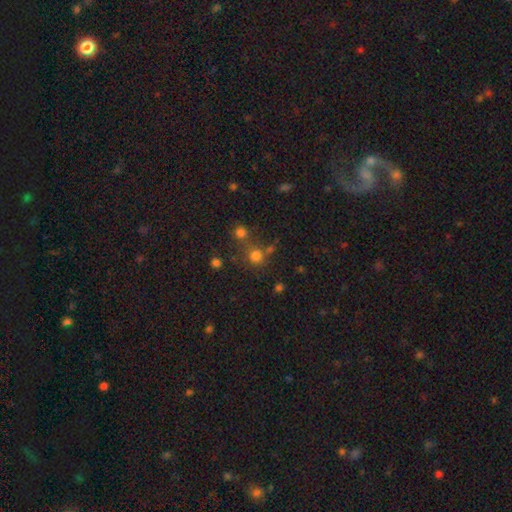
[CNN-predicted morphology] Q: Smooth or featured?
A: smooth (73%); runner-up: star or artifact (20%)
Q: How rounded?
A: round (89%); runner-up: in between (10%)
Q: Merging?
A: none (62%); runner-up: merger (23%)